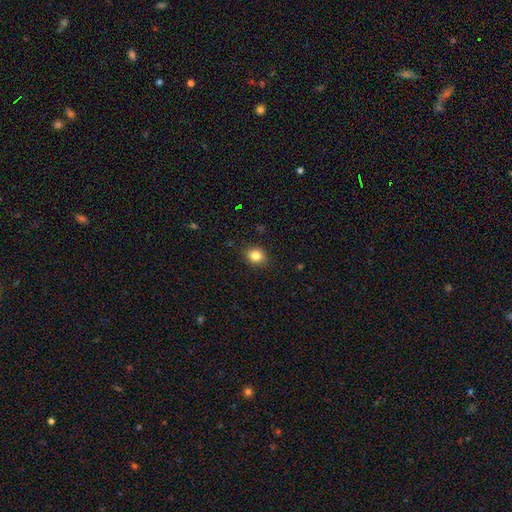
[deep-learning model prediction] This appears to be a smooth galaxy with no disk features (83%) that is round (62%). Merging: none (88%).